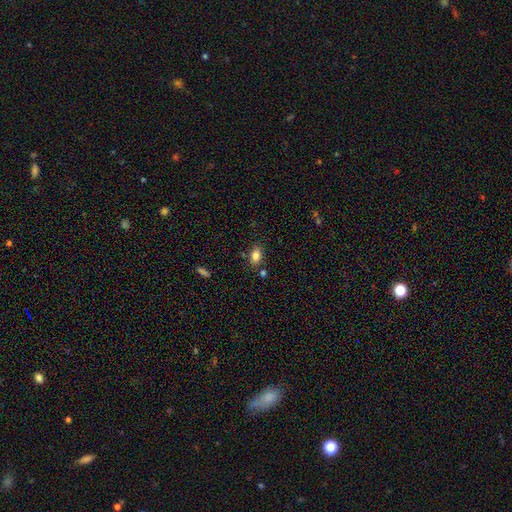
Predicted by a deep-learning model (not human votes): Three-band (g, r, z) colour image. It shows a smooth galaxy with no disk features (83%) that is in between round and cigar-shaped (80%). Merging: none (77%).